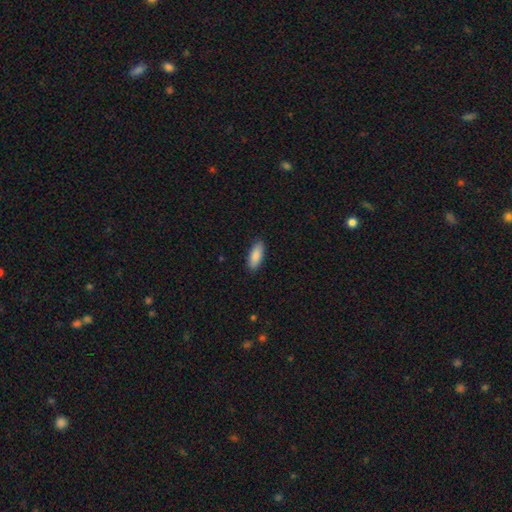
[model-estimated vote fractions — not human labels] Q: Smooth or featured?
A: smooth (89%); runner-up: star or artifact (6%)
Q: How rounded?
A: in between (74%); runner-up: cigar-shaped (24%)
Q: Merging?
A: none (88%); runner-up: minor disturbance (9%)